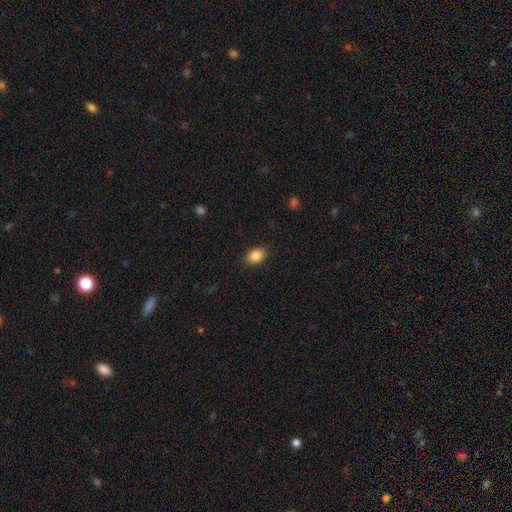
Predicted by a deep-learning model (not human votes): A smooth galaxy with no disk features (86%) that is in between round and cigar-shaped (78%).

Vote fractions:
- Smooth or featured? smooth: 86% / star or artifact: 9% / featured or disk: 5%
- How rounded? in between: 78% / round: 21% / cigar-shaped: 1%
- Merging? none: 87% / minor disturbance: 9% / major disturbance: 2% / merger: 1%